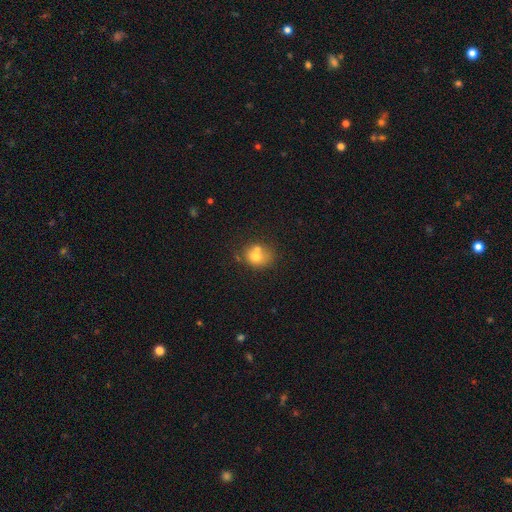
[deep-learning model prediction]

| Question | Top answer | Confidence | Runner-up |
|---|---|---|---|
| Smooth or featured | smooth | 69% | featured or disk (19%) |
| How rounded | round | 66% | in between (33%) |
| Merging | none | 41% | merger (39%) |